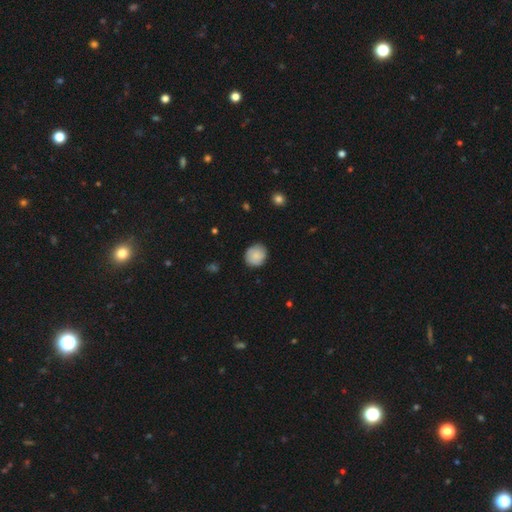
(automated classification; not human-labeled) smooth-or-featured: smooth: 81% | featured or disk: 11% | star or artifact: 7%
  how-rounded: round: 79% | in between: 20% | cigar-shaped: 1%
  merging: none: 83% | minor disturbance: 13% | major disturbance: 3% | merger: 1%